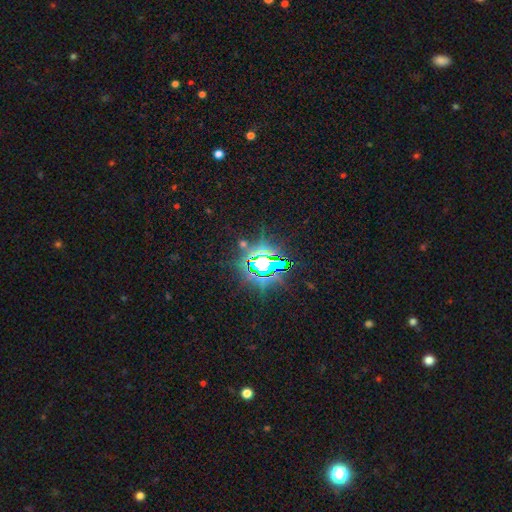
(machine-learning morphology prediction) A star or artifact, not a galaxy (86%).

Vote fractions:
- Smooth or featured? star or artifact: 86% / smooth: 8% / featured or disk: 6%